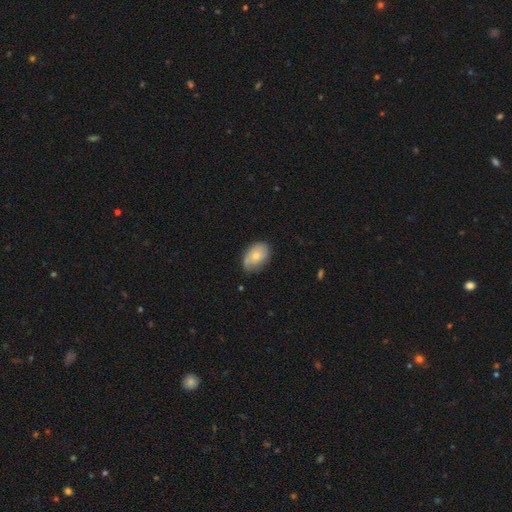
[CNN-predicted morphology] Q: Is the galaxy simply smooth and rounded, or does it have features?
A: smooth — 59%.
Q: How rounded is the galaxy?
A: in between — 84%.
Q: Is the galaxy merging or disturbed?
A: none — 61%.